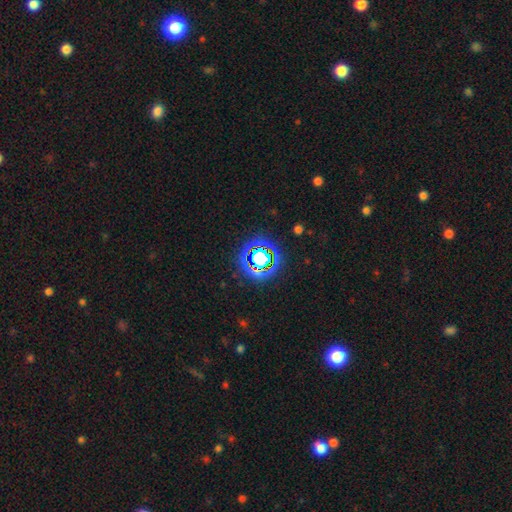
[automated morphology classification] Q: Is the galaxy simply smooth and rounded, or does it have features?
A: star or artifact — 74%.